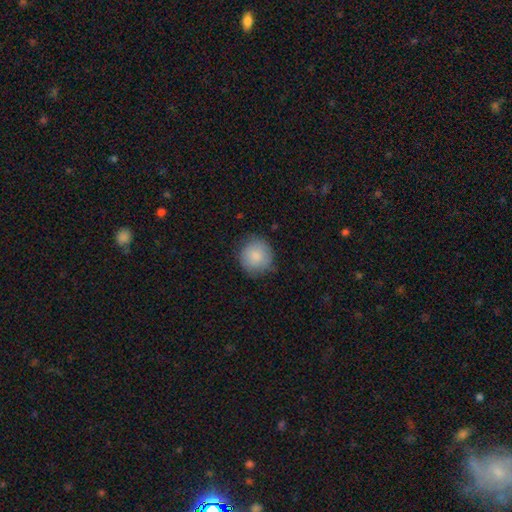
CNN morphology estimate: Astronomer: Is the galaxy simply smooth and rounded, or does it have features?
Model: smooth — 86%.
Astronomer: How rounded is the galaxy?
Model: round — 91%.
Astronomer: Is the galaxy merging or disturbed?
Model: none — 78%.